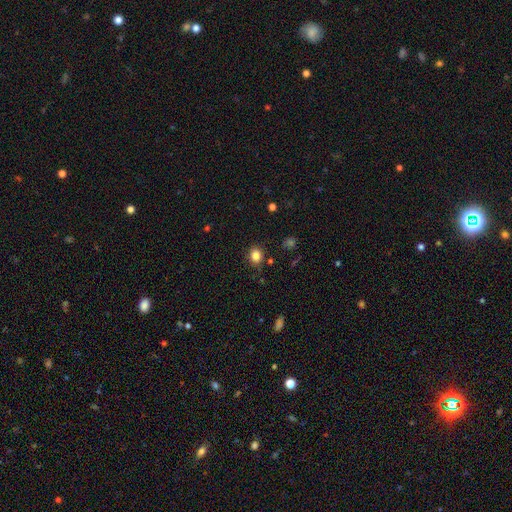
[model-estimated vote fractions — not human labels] The model was most divided on "how rounded": round: 62%, in between: 38%, cigar-shaped: 1%. More confident: merging — none (84%); smooth or featured — smooth (83%).